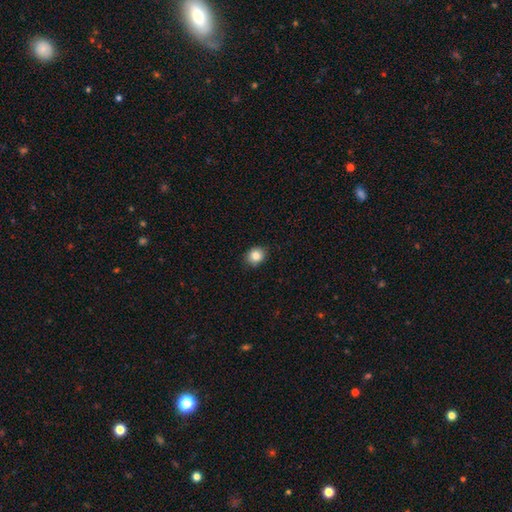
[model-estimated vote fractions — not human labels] Smooth or featured? Predicted: smooth (p=0.84). How rounded? Predicted: round (p=0.65). Merging? Predicted: none (p=0.86).